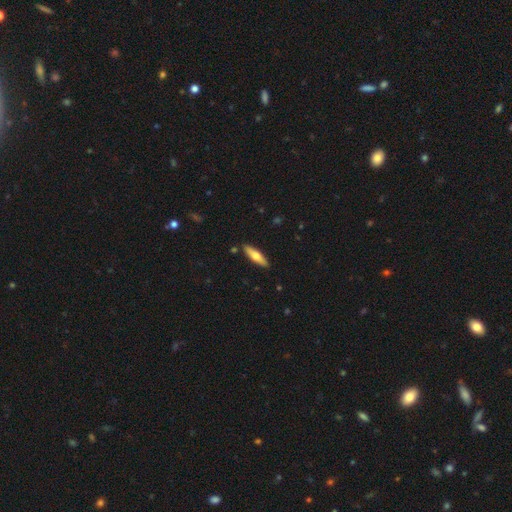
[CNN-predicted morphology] A smooth galaxy with no disk features (55%) that is cigar-shaped (68%).

Vote fractions:
- Smooth or featured? smooth: 55% / featured or disk: 39% / star or artifact: 5%
- How rounded? cigar-shaped: 68% / in between: 30% / round: 2%
- Merging? none: 89% / minor disturbance: 8% / merger: 2% / major disturbance: 2%